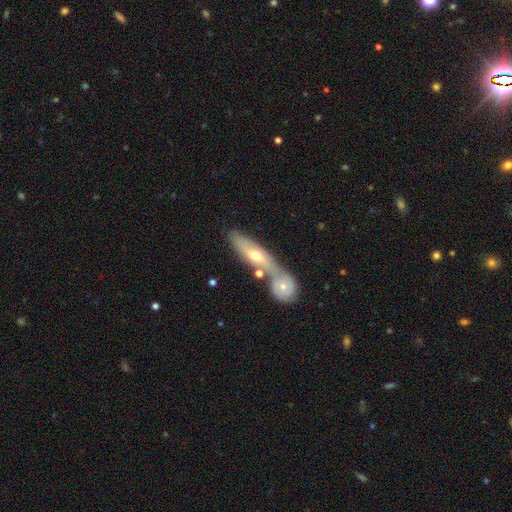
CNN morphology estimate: A smooth galaxy with no disk features (48%).

Vote fractions:
- Smooth or featured? smooth: 48% / featured or disk: 46% / star or artifact: 6%
- Merging? merger: 46% / none: 39% / minor disturbance: 11% / major disturbance: 4%